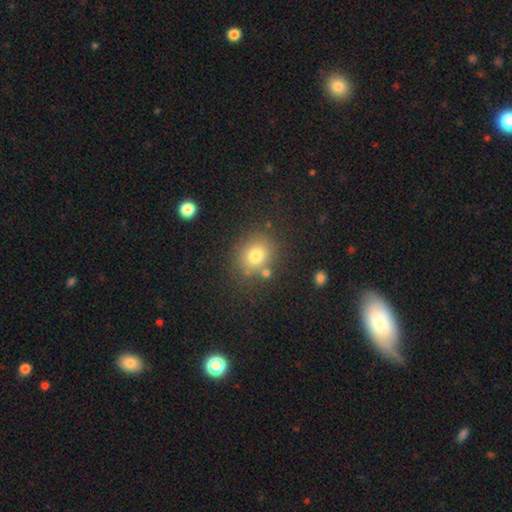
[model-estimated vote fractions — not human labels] smooth_or_featured: smooth (p=0.76) [alt: star or artifact p=0.13]
how_rounded: round (p=0.70) [alt: in between p=0.29]
merging: none (p=0.76) [alt: minor disturbance p=0.12]